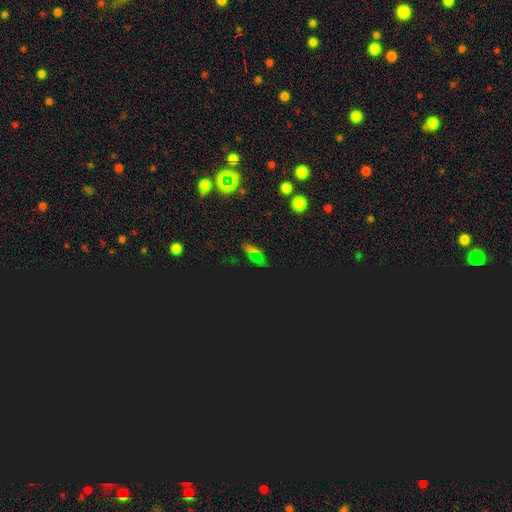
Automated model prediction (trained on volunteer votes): Smooth or featured?
  - star or artifact: 54% *
  - smooth: 37%
  - featured or disk: 9%